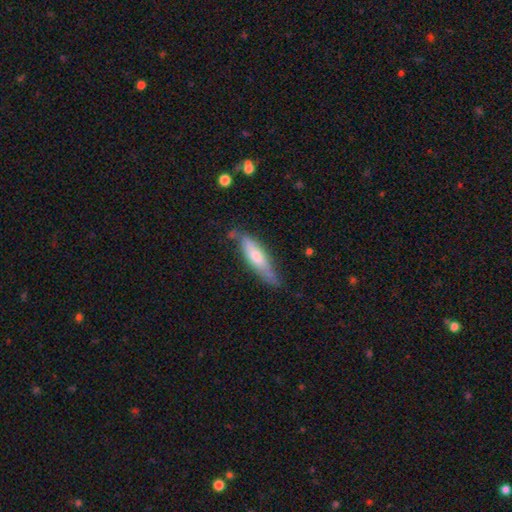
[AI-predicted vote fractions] The model was most divided on "smooth or featured": smooth: 47%, featured or disk: 46%, star or artifact: 8%. More confident: merging — none (75%).